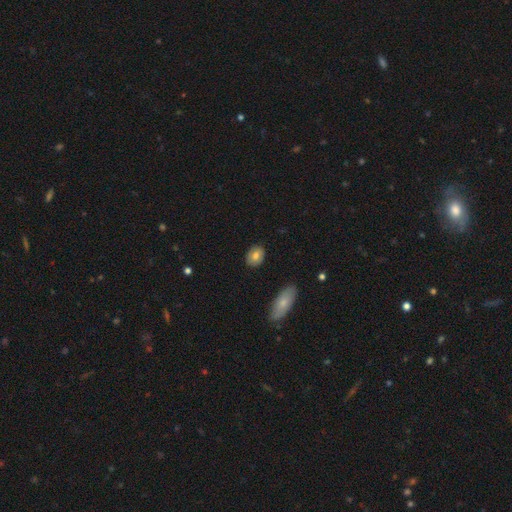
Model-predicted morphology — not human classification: Smooth or featured?
  - smooth: 78% *
  - featured or disk: 14%
  - star or artifact: 8%
How rounded?
  - in between: 61% *
  - round: 37%
  - cigar-shaped: 2%
Merging?
  - none: 86% *
  - minor disturbance: 10%
  - major disturbance: 2%
  - merger: 2%